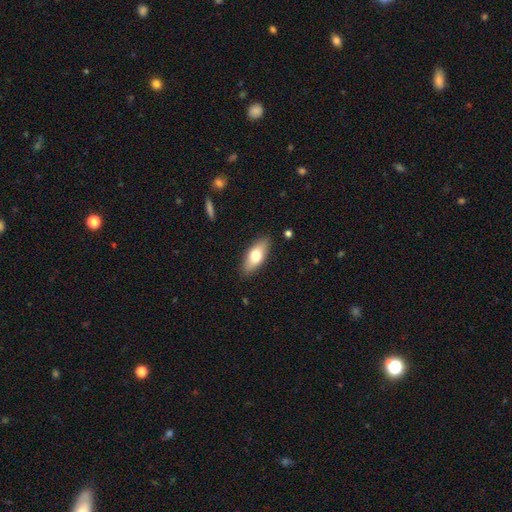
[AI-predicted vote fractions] smooth_or_featured: smooth (p=0.68) [alt: featured or disk p=0.26]
how_rounded: in between (p=0.79) [alt: cigar-shaped p=0.18]
merging: none (p=0.87) [alt: minor disturbance p=0.10]